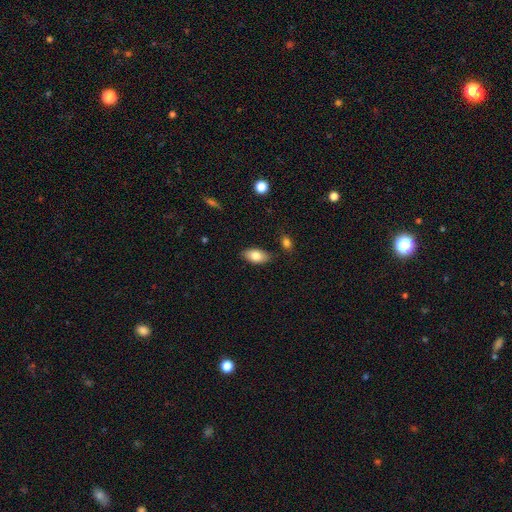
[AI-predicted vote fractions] smooth-or-featured: smooth: 81% | featured or disk: 12% | star or artifact: 7%
  how-rounded: in between: 93% | round: 3% | cigar-shaped: 3%
  merging: none: 85% | minor disturbance: 11% | merger: 2% | major disturbance: 2%